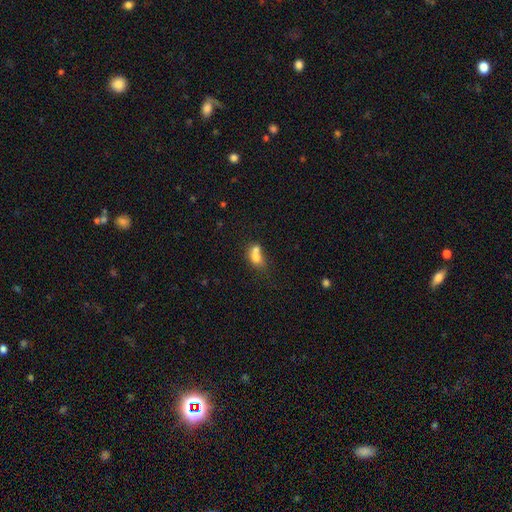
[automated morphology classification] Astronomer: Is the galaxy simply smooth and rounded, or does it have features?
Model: smooth — 71%.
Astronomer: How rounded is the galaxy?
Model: in between — 53% (runner-up: round, 45%).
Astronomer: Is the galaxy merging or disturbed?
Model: merger — 64%.